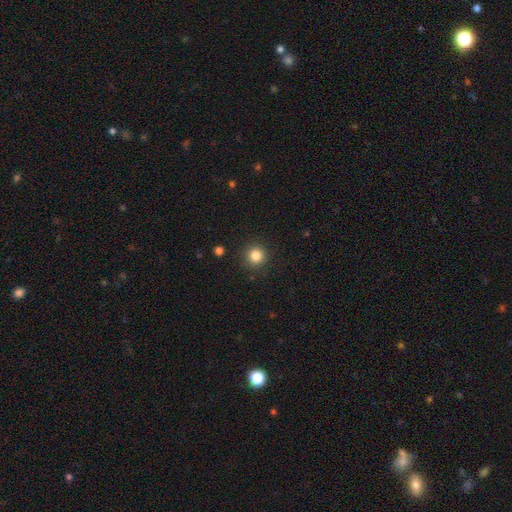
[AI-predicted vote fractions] smooth-or-featured: smooth: 84% | star or artifact: 11% | featured or disk: 5%
  how-rounded: round: 95% | in between: 4% | cigar-shaped: 1%
  merging: none: 91% | minor disturbance: 6% | major disturbance: 2% | merger: 1%